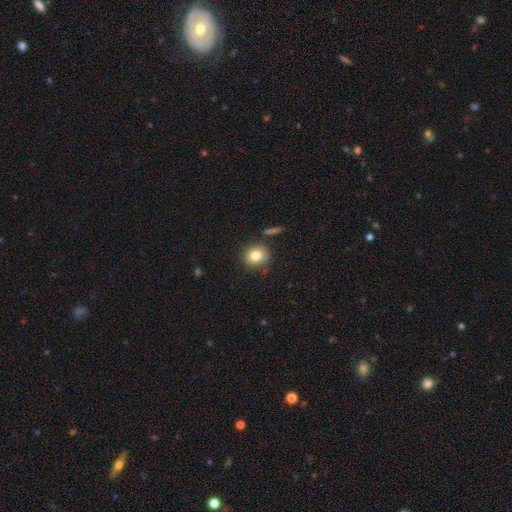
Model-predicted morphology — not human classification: smooth 81%, star or artifact 10%, featured or disk 9%. Down the decision tree: how rounded — round (78%); merging — none (83%).